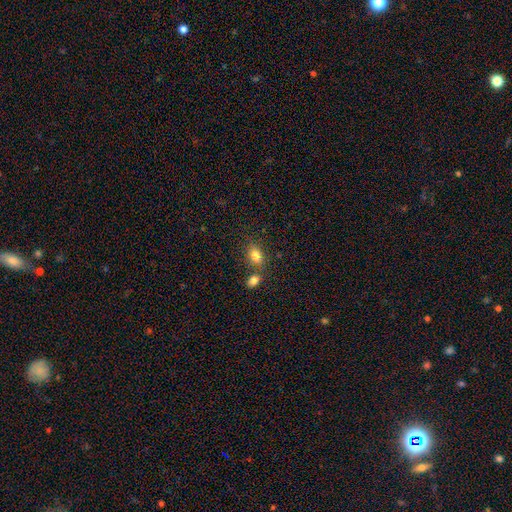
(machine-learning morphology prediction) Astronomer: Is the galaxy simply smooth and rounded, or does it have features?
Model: smooth — 82%.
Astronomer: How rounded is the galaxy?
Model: in between — 80%.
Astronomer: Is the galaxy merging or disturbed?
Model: none — 63%.